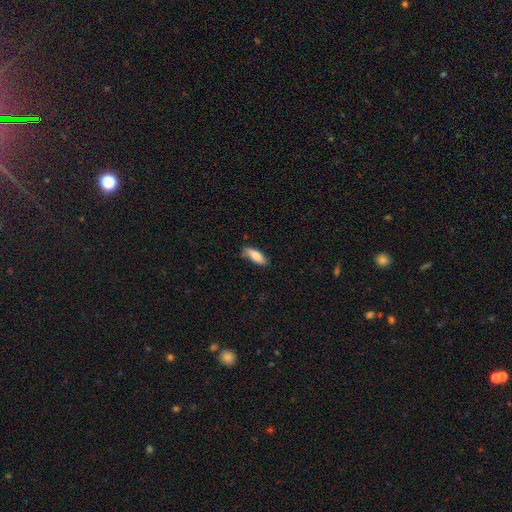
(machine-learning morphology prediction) The model was most divided on "how rounded": in between: 68%, cigar-shaped: 30%, round: 2%. More confident: smooth or featured — smooth (82%); merging — none (71%).